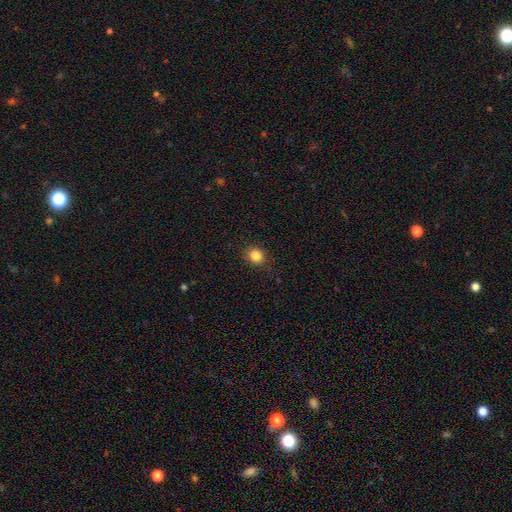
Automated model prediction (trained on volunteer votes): This is clearly a smooth galaxy (84%). How rounded: likely round (75%). Merging: clearly none (88%).